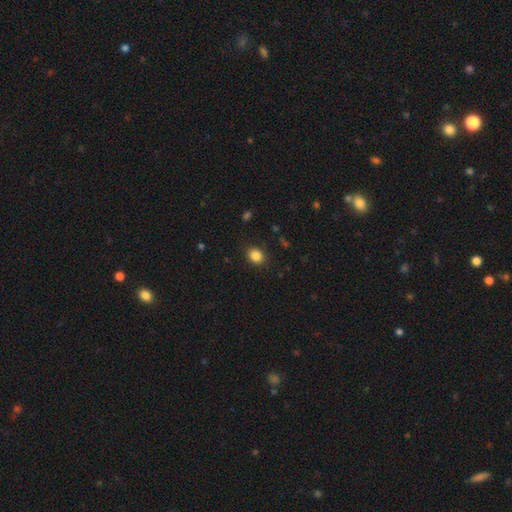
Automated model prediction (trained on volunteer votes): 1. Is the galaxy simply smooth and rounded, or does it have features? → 86% smooth, 10% star or artifact, 4% featured or disk.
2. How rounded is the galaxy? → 57% round, 42% in between, 1% cigar-shaped.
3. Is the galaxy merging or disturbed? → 87% none, 9% minor disturbance, 3% major disturbance, 1% merger.